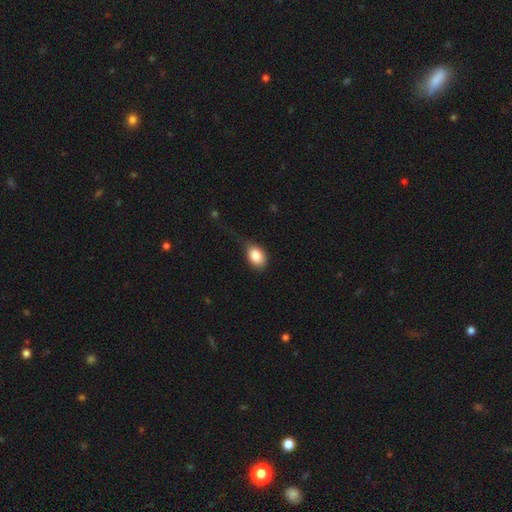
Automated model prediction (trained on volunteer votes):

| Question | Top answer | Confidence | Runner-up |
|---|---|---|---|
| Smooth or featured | smooth | 85% | star or artifact (8%) |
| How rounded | in between | 77% | round (22%) |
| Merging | none | 50% | minor disturbance (29%) |